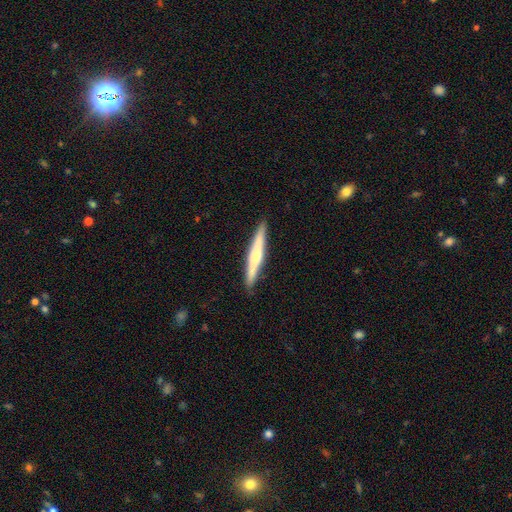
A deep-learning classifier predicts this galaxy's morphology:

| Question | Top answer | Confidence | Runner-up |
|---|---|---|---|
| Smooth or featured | featured or disk | 50% | smooth (45%) |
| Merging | none | 90% | minor disturbance (7%) |